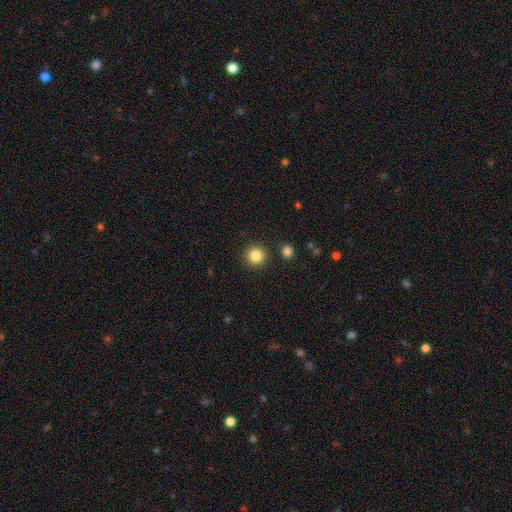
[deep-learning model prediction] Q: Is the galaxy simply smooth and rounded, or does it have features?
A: smooth — 85%.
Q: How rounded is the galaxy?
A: round — 95%.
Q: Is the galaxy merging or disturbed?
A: none — 90%.